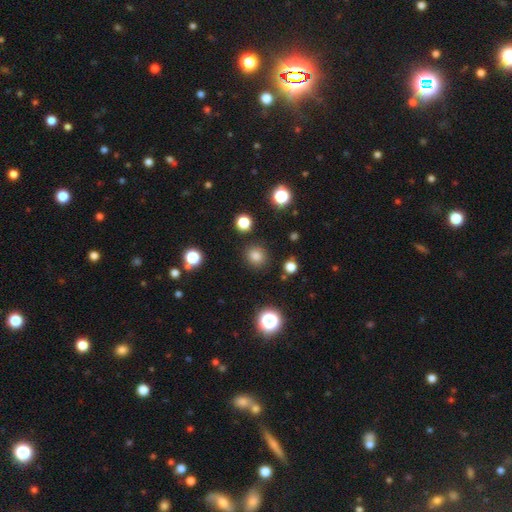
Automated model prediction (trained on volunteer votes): Smooth or featured: smooth — 81% (star or artifact — 15%)
How rounded: round — 88% (in between — 11%)
Merging: none — 89% (minor disturbance — 7%)